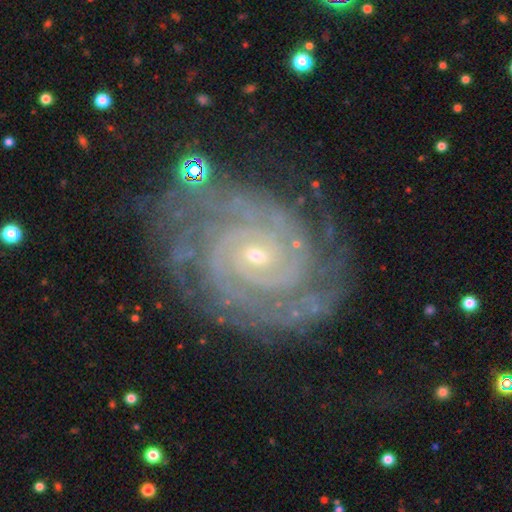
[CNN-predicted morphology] Q: Smooth or featured?
A: featured or disk (91%); runner-up: star or artifact (6%)
Q: Edge-on disk?
A: no (98%); runner-up: yes (2%)
Q: Bar?
A: no (66%); runner-up: weak (25%)
Q: Spiral arms?
A: yes (98%); runner-up: no (2%)
Q: Spiral winding?
A: tight (81%); runner-up: medium (16%)
Q: Spiral arm count?
A: 2 (34%); runner-up: 3 (19%)
Q: Bulge size?
A: small (78%); runner-up: moderate (19%)
Q: Merging?
A: none (74%); runner-up: minor disturbance (17%)